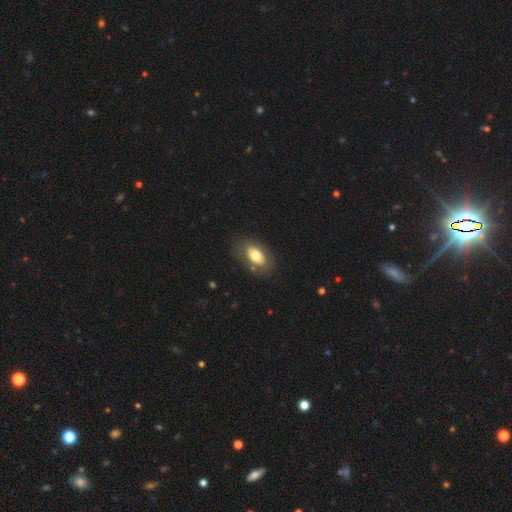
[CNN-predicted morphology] The model was most divided on "smooth or featured": smooth: 64%, featured or disk: 29%, star or artifact: 7%. More confident: how rounded — in between (90%); merging — none (79%).